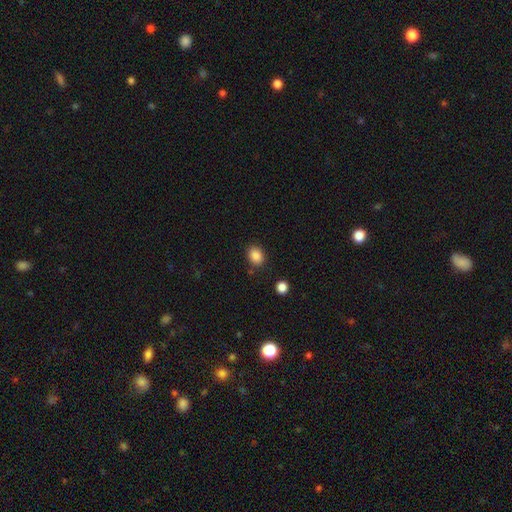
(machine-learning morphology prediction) smooth-or-featured: smooth: 87% | star or artifact: 10% | featured or disk: 4%
  how-rounded: in between: 59% | round: 40% | cigar-shaped: 1%
  merging: none: 83% | minor disturbance: 11% | merger: 3% | major disturbance: 3%